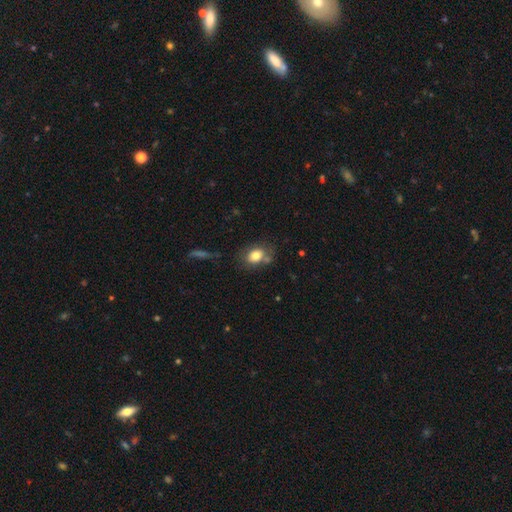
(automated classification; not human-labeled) Morphology: type=smooth (80%); roundness=in between (66%); merging=none (64%).